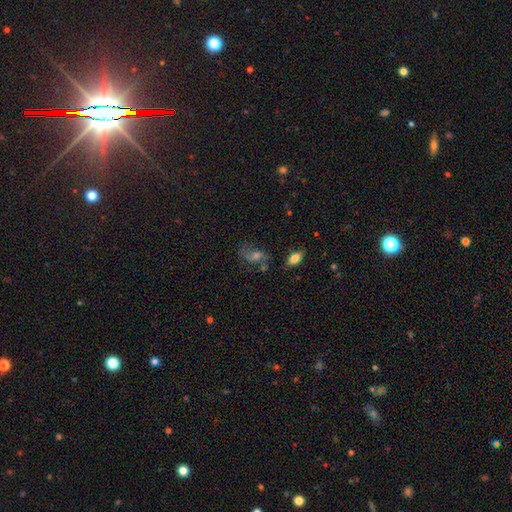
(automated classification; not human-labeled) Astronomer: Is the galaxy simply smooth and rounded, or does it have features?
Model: featured or disk — 46% (runner-up: smooth, 35%).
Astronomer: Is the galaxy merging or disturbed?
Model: none — 56%.